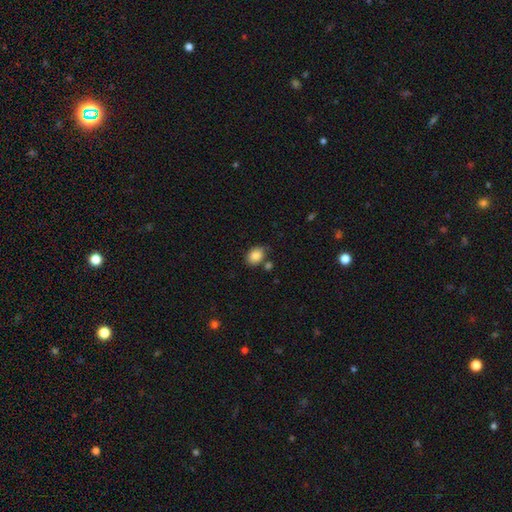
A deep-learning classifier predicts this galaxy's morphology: A smooth galaxy with no disk features (86%) that is in between round and cigar-shaped (66%). Merging: none (71%).